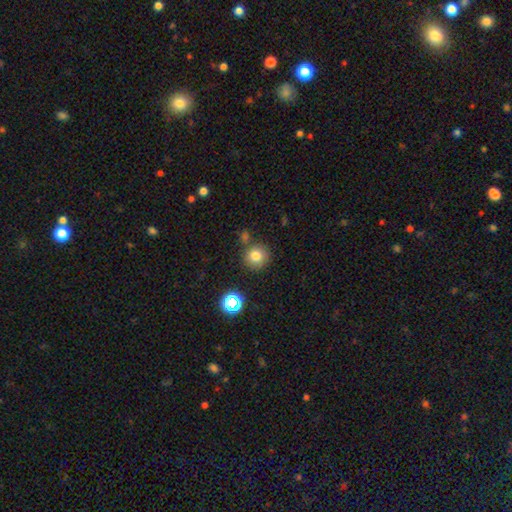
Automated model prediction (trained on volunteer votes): Smooth or featured? smooth (79%)
How rounded? round (92%)
Merging? none (78%)